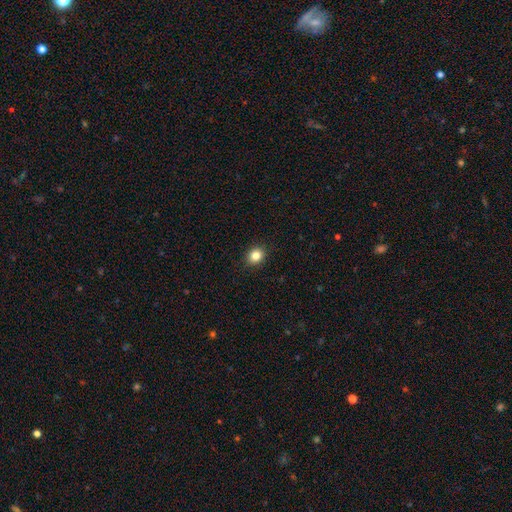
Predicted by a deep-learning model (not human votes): Overall: smooth (84%). How rounded: round (63%; in between 37%). Merging: none (90%).